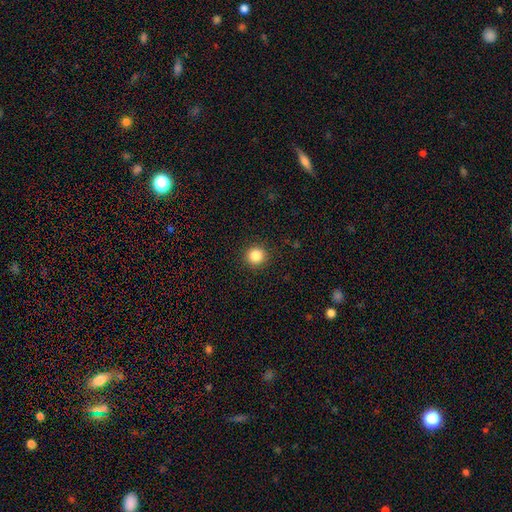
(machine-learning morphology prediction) This appears to be a smooth galaxy with no disk features (85%) that is round (94%). Merging: none (92%).